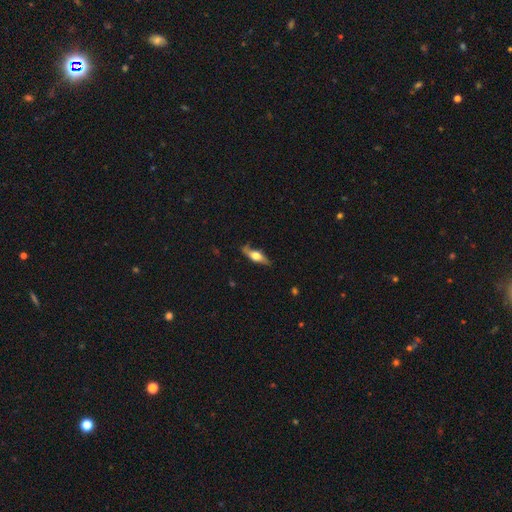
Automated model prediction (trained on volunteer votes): Smooth or featured? Predicted: featured or disk (p=0.57). Edge-on disk? Predicted: yes (p=0.81). Merging? Predicted: none (p=0.74).